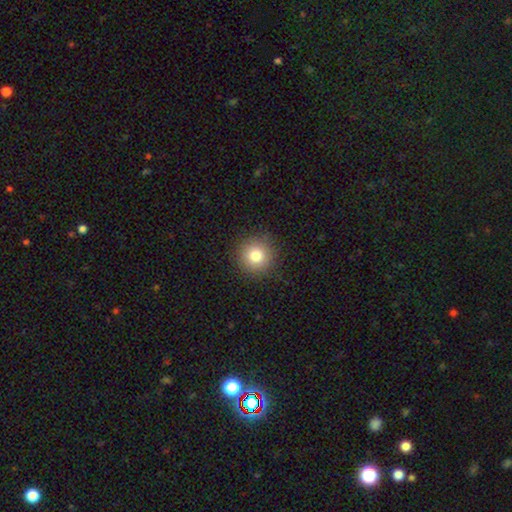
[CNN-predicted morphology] smooth 80%, star or artifact 12%, featured or disk 8%. Down the decision tree: how rounded — round (95%); merging — none (90%).